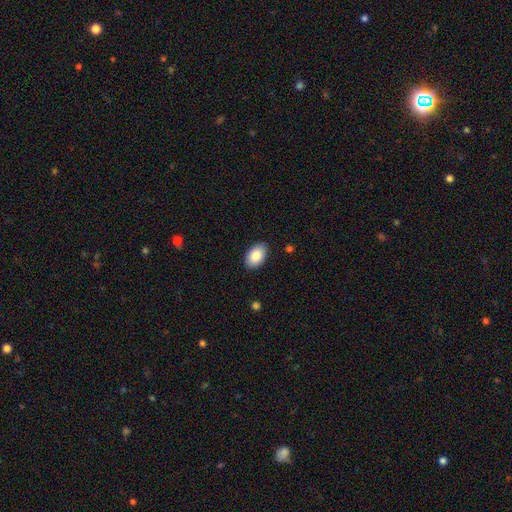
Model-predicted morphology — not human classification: Overall: smooth (86%). How rounded: in between (92%). Merging: none (88%).